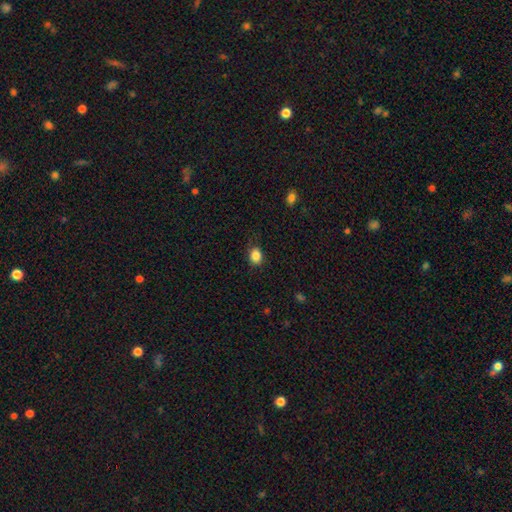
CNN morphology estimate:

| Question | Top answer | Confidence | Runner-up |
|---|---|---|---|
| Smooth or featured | smooth | 85% | star or artifact (10%) |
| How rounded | in between | 53% | round (46%) |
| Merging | none | 78% | minor disturbance (17%) |